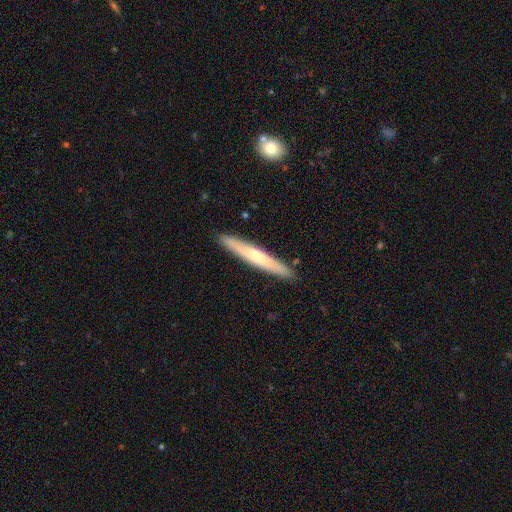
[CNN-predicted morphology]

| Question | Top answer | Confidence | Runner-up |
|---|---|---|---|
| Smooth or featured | smooth | 50% | featured or disk (44%) |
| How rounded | cigar-shaped | 95% | in between (4%) |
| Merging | none | 91% | minor disturbance (7%) |